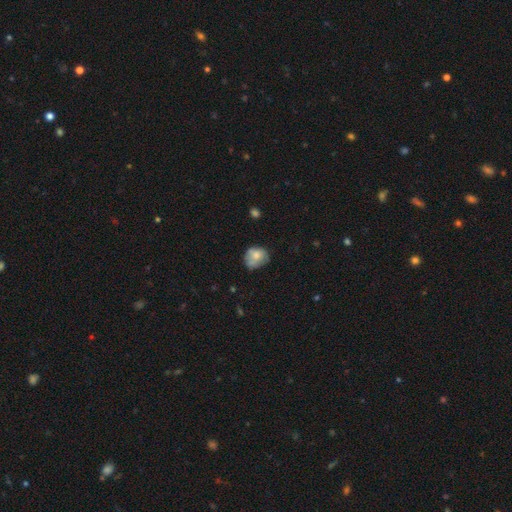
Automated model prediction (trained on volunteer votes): smooth-or-featured: smooth: 67% | featured or disk: 24% | star or artifact: 9%
  how-rounded: round: 55% | in between: 44% | cigar-shaped: 1%
  merging: none: 50% | minor disturbance: 32% | major disturbance: 13% | merger: 6%